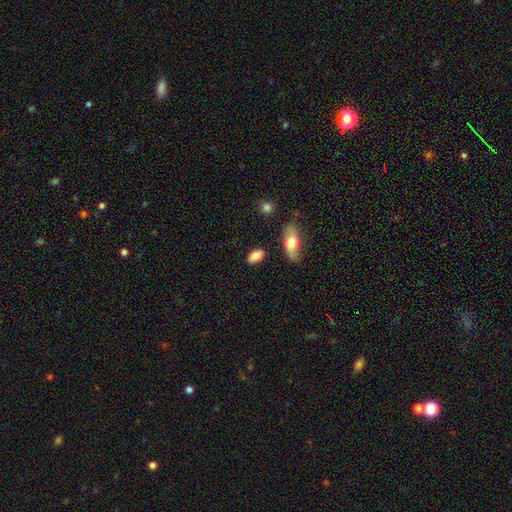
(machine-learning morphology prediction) smooth_or_featured: smooth (p=0.83) [alt: featured or disk p=0.10]
how_rounded: in between (p=0.90) [alt: round p=0.05]
merging: none (p=0.84) [alt: minor disturbance p=0.10]